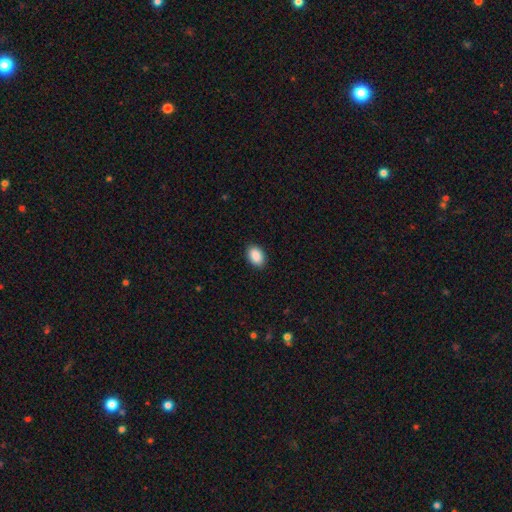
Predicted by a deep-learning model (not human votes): Smooth or featured: smooth — 90% (star or artifact — 7%)
How rounded: in between — 88% (round — 11%)
Merging: none — 90% (minor disturbance — 7%)